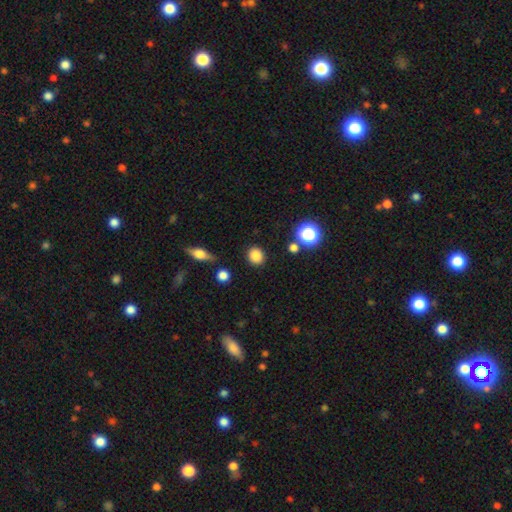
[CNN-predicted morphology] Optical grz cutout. It shows a smooth galaxy with no disk features (83%) that is round (74%). Merging: none (86%).